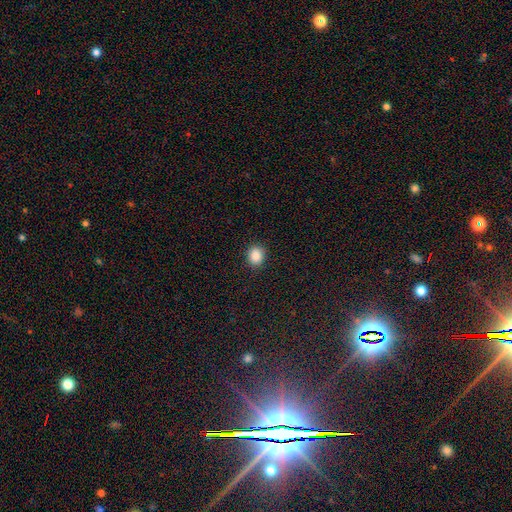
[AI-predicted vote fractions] The model was most divided on "how rounded": round: 64%, in between: 35%, cigar-shaped: 1%. More confident: merging — none (89%); smooth or featured — smooth (87%).